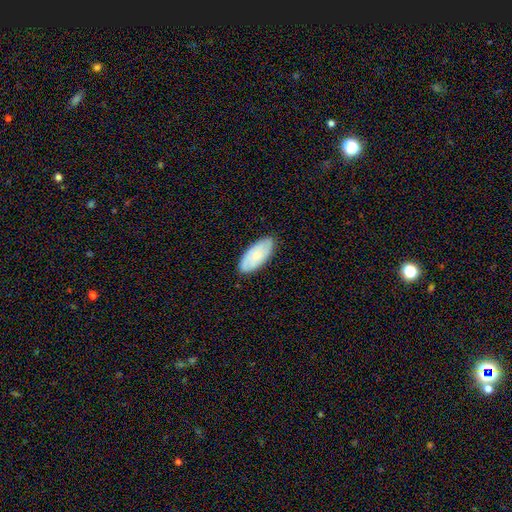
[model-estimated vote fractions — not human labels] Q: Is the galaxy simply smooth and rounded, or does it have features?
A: smooth — 63%.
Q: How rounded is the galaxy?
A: in between — 91%.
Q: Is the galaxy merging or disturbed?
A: none — 84%.